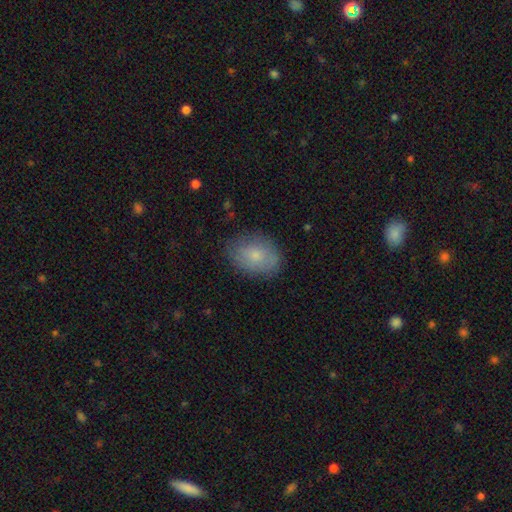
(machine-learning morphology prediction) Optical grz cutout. It shows a smooth galaxy with no disk features (75%) that is in between round and cigar-shaped (75%). Merging: none (78%).